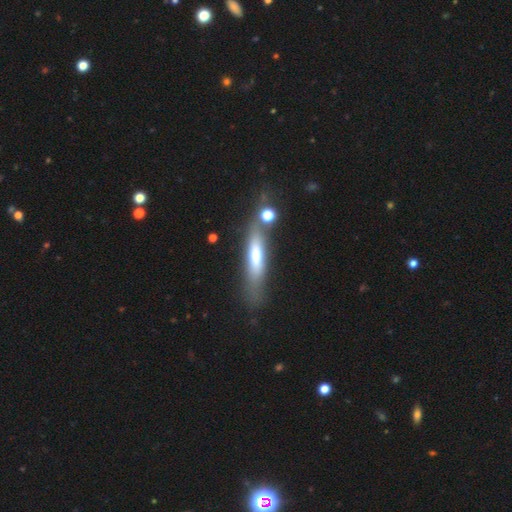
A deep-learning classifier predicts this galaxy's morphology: smooth-or-featured: smooth: 53% | featured or disk: 39% | star or artifact: 8%
  how-rounded: cigar-shaped: 78% | in between: 20% | round: 2%
  merging: none: 64% | minor disturbance: 16% | merger: 13% | major disturbance: 7%